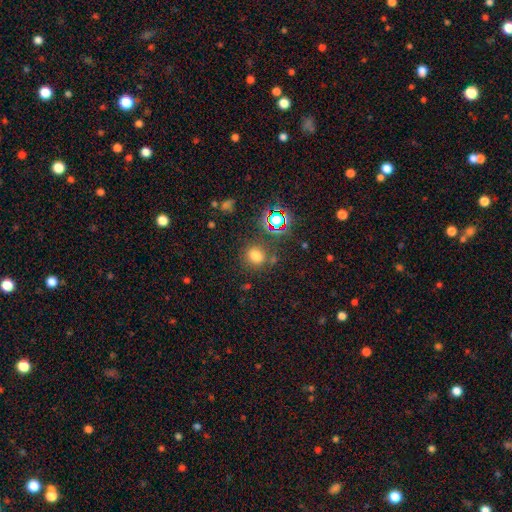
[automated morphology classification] smooth-or-featured: smooth: 70% | star or artifact: 22% | featured or disk: 7%
  how-rounded: round: 75% | in between: 24% | cigar-shaped: 1%
  merging: none: 76% | minor disturbance: 12% | merger: 7% | major disturbance: 5%